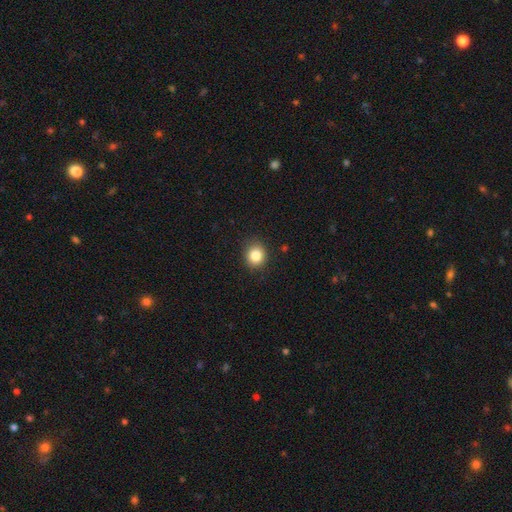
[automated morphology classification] smooth_or_featured: smooth (p=0.84) [alt: star or artifact p=0.10]
how_rounded: round (p=0.77) [alt: in between p=0.22]
merging: none (p=0.88) [alt: minor disturbance p=0.09]